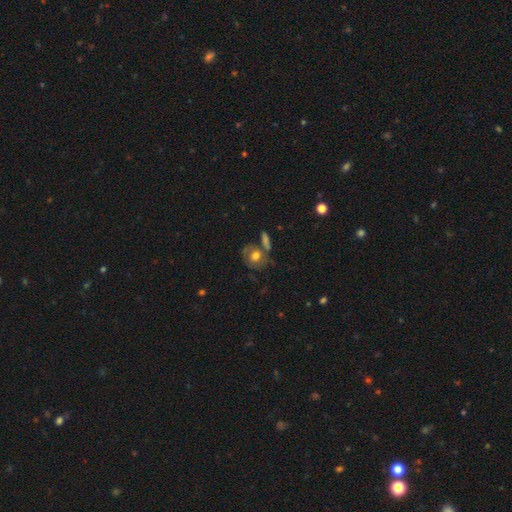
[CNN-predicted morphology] This is possibly a smooth galaxy (51%). How rounded: likely round (69%). Merging: possibly none (55%).